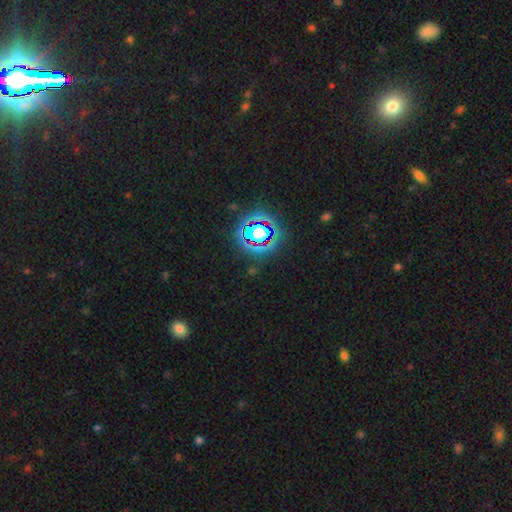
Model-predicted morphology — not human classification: A star or artifact, not a galaxy (80%).

Vote fractions:
- Smooth or featured? star or artifact: 80% / smooth: 13% / featured or disk: 7%